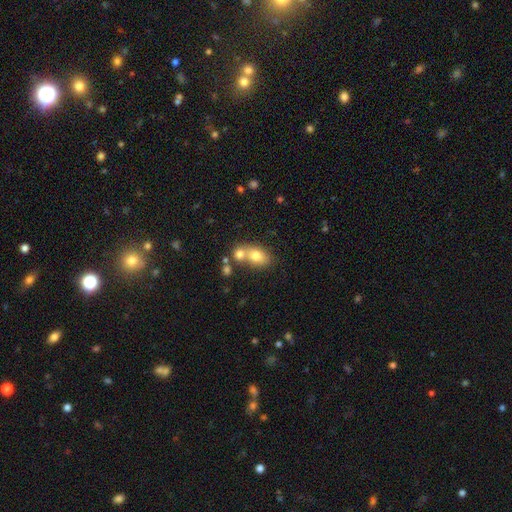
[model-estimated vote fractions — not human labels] This is likely a smooth galaxy (74%). How rounded: likely in between (68%). Merging: possibly merger (47%).